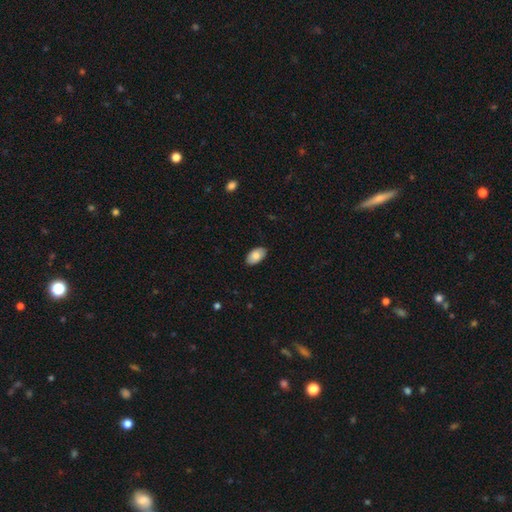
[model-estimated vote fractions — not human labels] smooth-or-featured: smooth: 83% | featured or disk: 10% | star or artifact: 6%
  how-rounded: in between: 95% | round: 4% | cigar-shaped: 1%
  merging: none: 86% | minor disturbance: 11% | major disturbance: 2% | merger: 1%